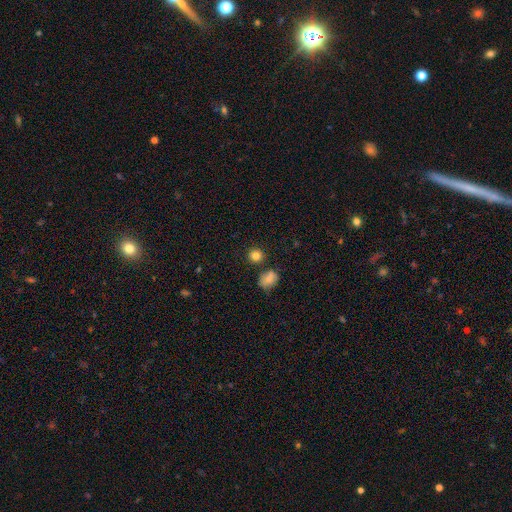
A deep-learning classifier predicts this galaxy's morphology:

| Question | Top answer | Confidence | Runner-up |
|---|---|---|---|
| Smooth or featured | smooth | 83% | star or artifact (11%) |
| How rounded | round | 86% | in between (13%) |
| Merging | none | 78% | minor disturbance (10%) |